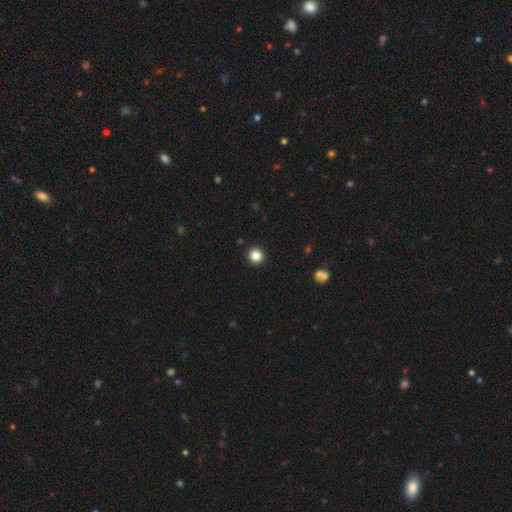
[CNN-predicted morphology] Overall: smooth (85%). How rounded: round (95%). Merging: none (93%).